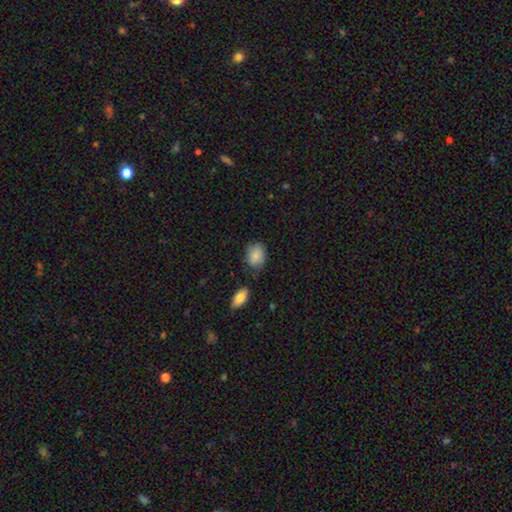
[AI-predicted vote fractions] smooth-or-featured: smooth: 84% | featured or disk: 8% | star or artifact: 7%
  how-rounded: in between: 70% | round: 29% | cigar-shaped: 1%
  merging: none: 63% | minor disturbance: 26% | major disturbance: 6% | merger: 5%